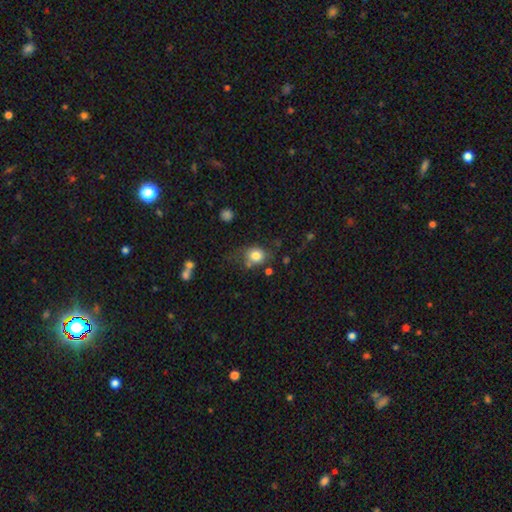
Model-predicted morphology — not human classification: smooth_or_featured: smooth (p=0.81) [alt: star or artifact p=0.10]
how_rounded: round (p=0.68) [alt: in between p=0.31]
merging: none (p=0.61) [alt: minor disturbance p=0.22]